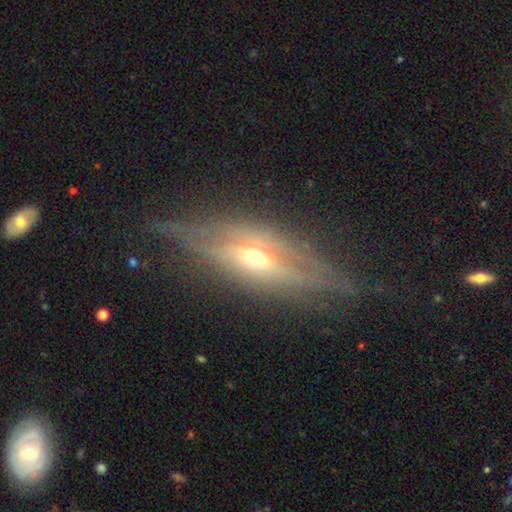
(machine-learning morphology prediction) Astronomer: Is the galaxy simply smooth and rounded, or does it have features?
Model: featured or disk — 68%.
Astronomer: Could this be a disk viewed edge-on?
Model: yes — 61% (runner-up: no, 39%).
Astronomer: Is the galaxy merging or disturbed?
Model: none — 66%.